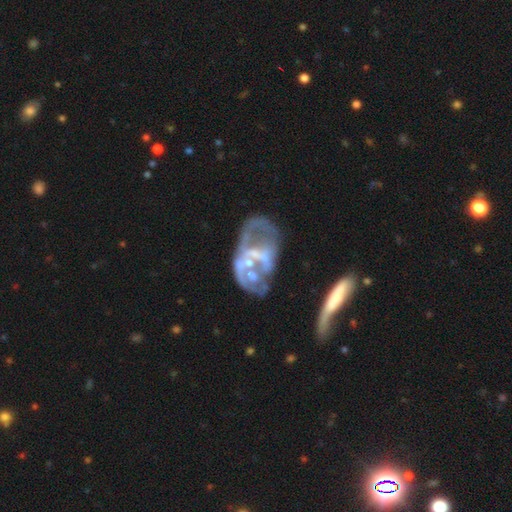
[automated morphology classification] smooth-or-featured: featured or disk: 71% | smooth: 19% | star or artifact: 10%
  disk-edge-on: no: 95% | yes: 5%
    bar: no: 61% | weak: 25% | strong: 14%
    has-spiral-arms: no: 69% | yes: 31%
    bulge-size: none: 37% | small: 35% | moderate: 23% | large: 3% | dominant: 1%
  merging: merger: 31% (tied) | major disturbance: 31% (tied) | none: 23% | minor disturbance: 15%